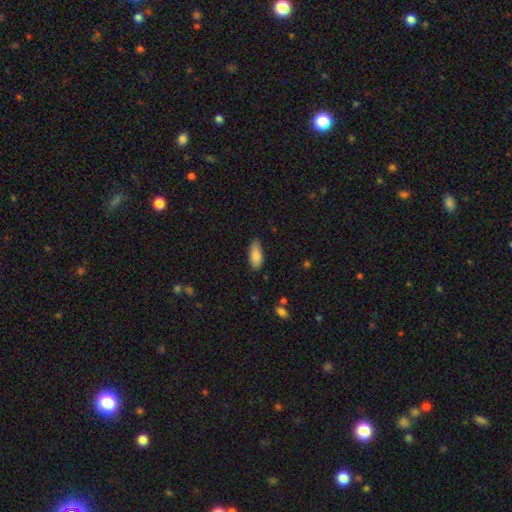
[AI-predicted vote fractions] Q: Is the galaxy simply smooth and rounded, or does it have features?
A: smooth — 86%.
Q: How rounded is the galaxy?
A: in between — 82%.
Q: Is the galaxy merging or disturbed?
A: none — 76%.